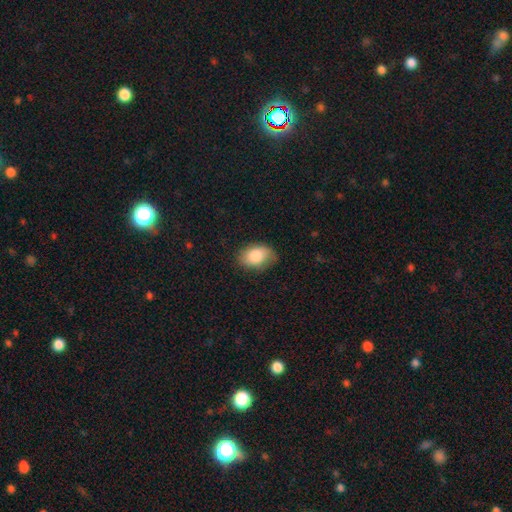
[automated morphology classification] This appears to be a smooth galaxy with no disk features (85%) that is in between round and cigar-shaped (86%). Merging: none (71%).